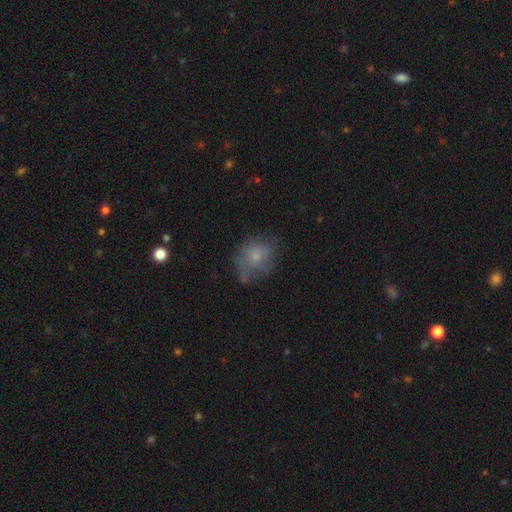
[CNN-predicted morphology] Smooth or featured?
  - smooth: 58% *
  - featured or disk: 31%
  - star or artifact: 12%
How rounded?
  - round: 54% *
  - in between: 45%
  - cigar-shaped: 1%
Merging?
  - none: 45% *
  - minor disturbance: 29%
  - major disturbance: 22%
  - merger: 3%